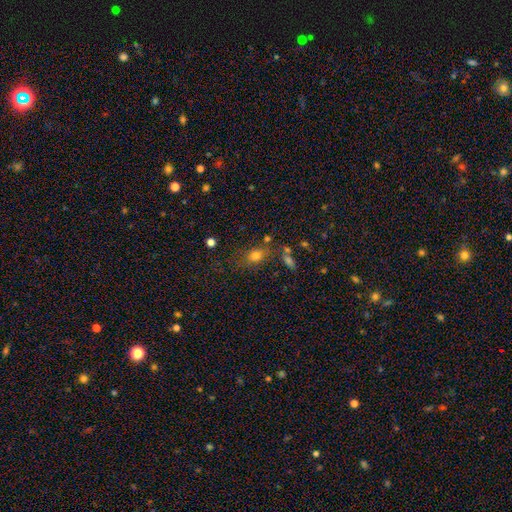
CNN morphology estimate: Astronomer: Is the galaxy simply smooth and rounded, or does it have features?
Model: smooth — 75%.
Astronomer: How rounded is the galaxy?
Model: in between — 60% (runner-up: round, 37%).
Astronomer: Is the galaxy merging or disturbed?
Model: none — 64%.